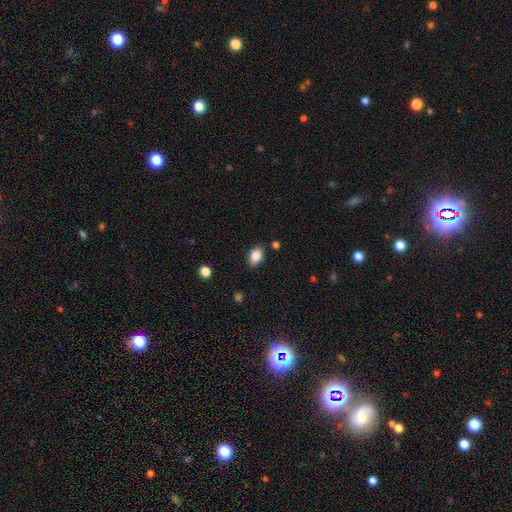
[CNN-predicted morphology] Overall: smooth (86%). How rounded: in between (82%). Merging: none (85%).